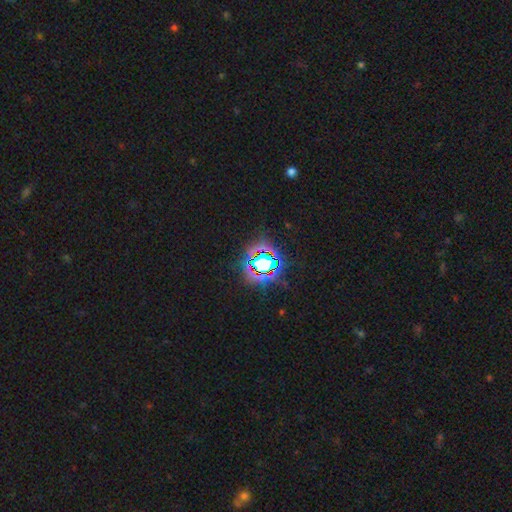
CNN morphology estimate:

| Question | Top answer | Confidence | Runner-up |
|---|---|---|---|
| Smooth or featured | star or artifact | 77% | smooth (14%) |